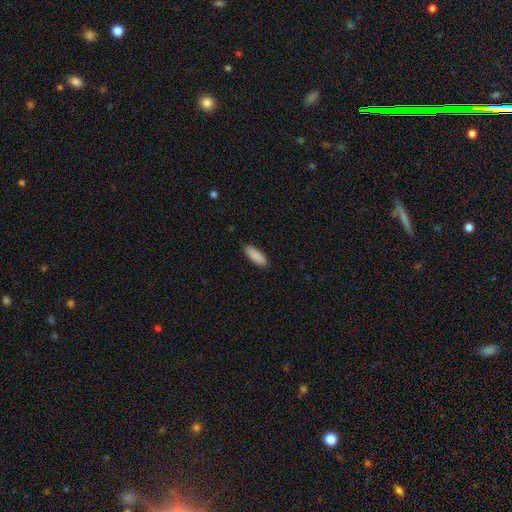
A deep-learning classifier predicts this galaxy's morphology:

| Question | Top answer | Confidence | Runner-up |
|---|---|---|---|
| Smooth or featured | smooth | 90% | star or artifact (6%) |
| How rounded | in between | 62% | cigar-shaped (37%) |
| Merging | none | 88% | minor disturbance (9%) |